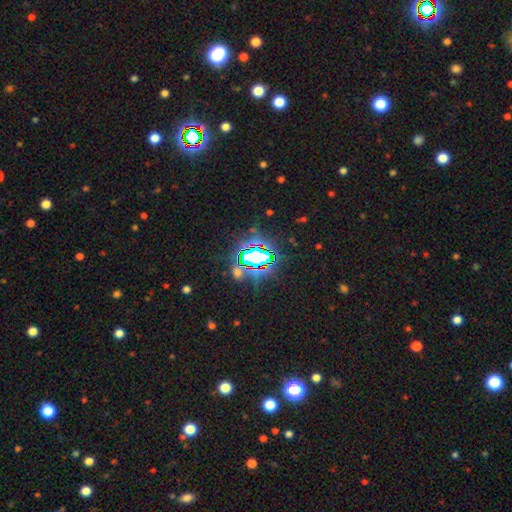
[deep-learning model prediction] Morphology: type=star or artifact (77%).